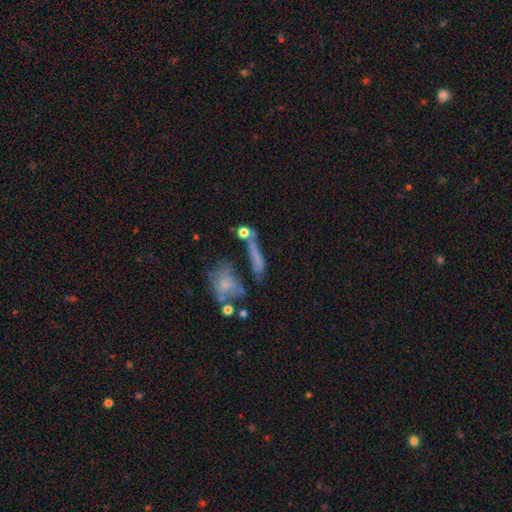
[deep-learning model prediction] This is possibly a smooth galaxy (49%). Merging: possibly none (48%).